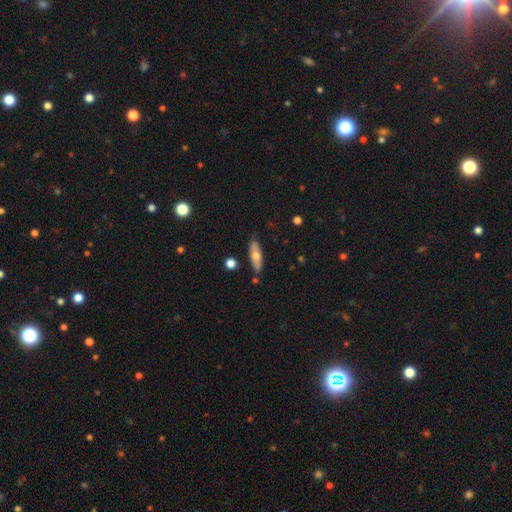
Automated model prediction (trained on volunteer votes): smooth_or_featured: smooth (p=0.60) [alt: featured or disk p=0.34]
how_rounded: cigar-shaped (p=0.50) [alt: in between p=0.47]
merging: none (p=0.82) [alt: minor disturbance p=0.12]